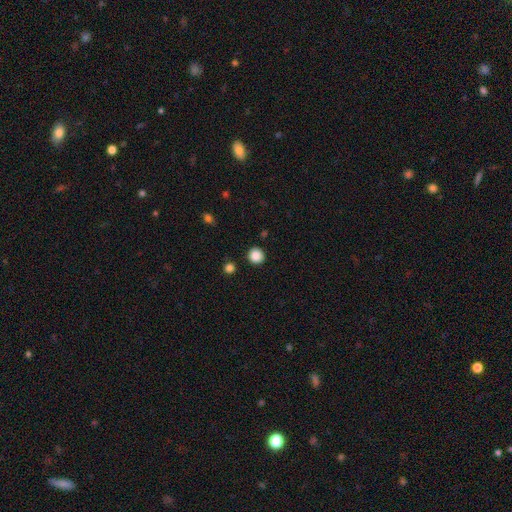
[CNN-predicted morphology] Smooth or featured? smooth (87%)
How rounded? round (94%)
Merging? none (91%)